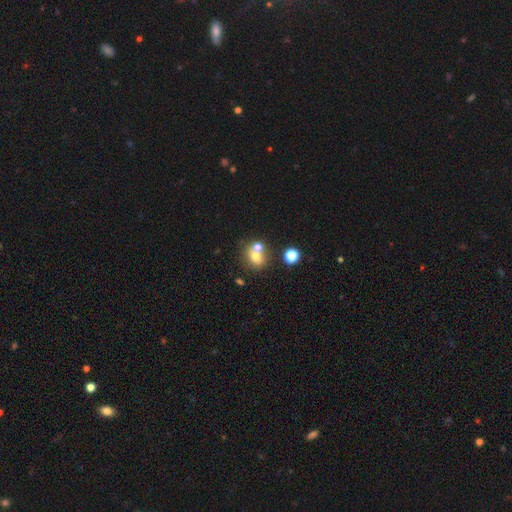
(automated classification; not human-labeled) This is likely a smooth galaxy (68%). How rounded: likely round (71%). Merging: possibly none (47%).